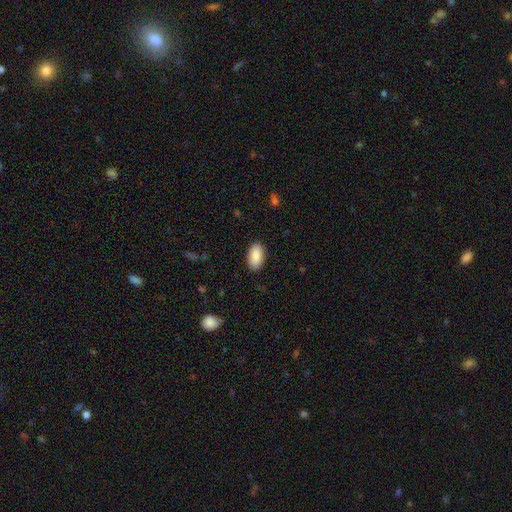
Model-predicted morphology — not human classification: Smooth or featured: smooth — 89% (star or artifact — 6%)
How rounded: in between — 95% (round — 3%)
Merging: none — 89% (minor disturbance — 8%)